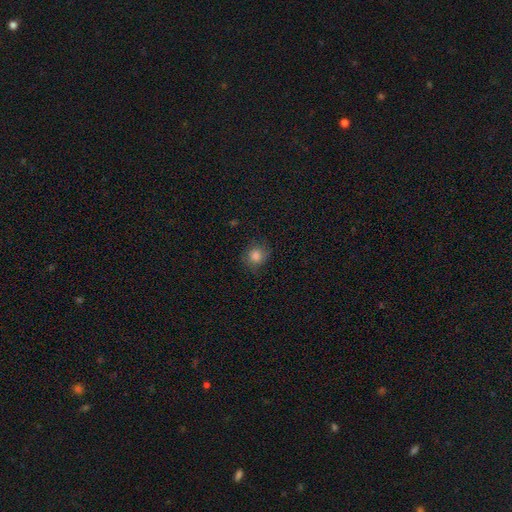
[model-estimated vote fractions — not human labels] A smooth galaxy with no disk features (79%) that is round (84%). Merging: none (75%).